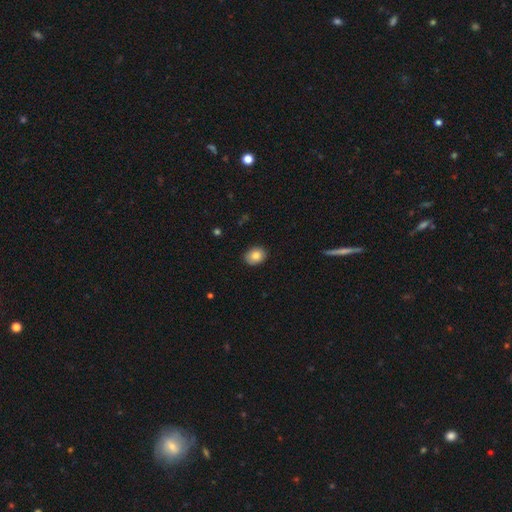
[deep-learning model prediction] Smooth or featured? smooth (85%)
How rounded? in between (55%)
Merging? none (88%)